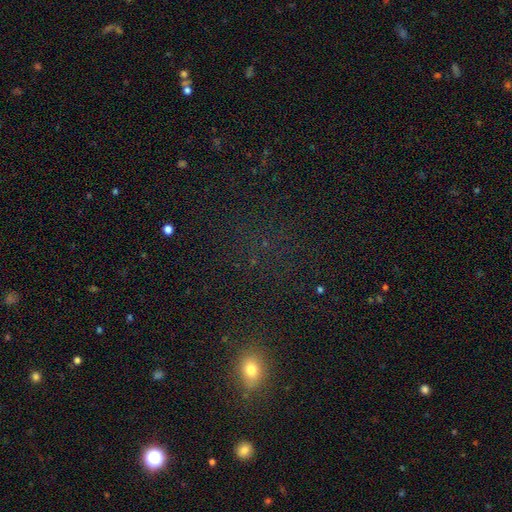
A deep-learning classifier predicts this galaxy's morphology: A smooth galaxy with no disk features (47%).

Vote fractions:
- Smooth or featured? smooth: 47% / star or artifact: 44% / featured or disk: 9%
- Merging? none: 79% / minor disturbance: 11% / major disturbance: 8% / merger: 3%